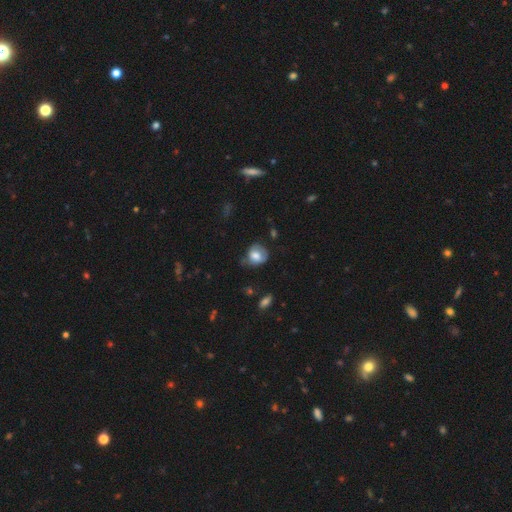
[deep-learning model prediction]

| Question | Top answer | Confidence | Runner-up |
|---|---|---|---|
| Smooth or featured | smooth | 70% | featured or disk (22%) |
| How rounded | round | 66% | in between (33%) |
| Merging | none | 48% | minor disturbance (35%) |